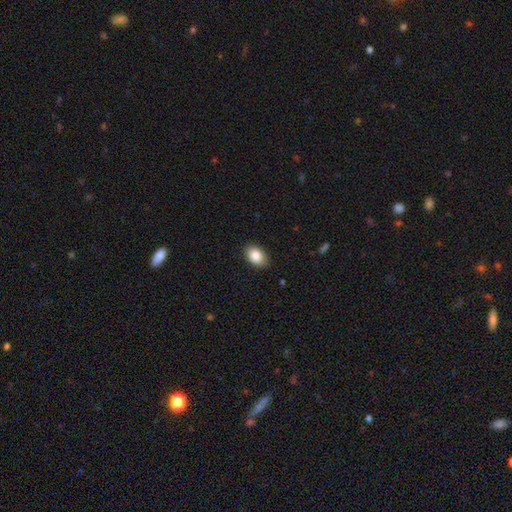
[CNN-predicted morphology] This is clearly a smooth galaxy (86%). How rounded: clearly in between (84%). Merging: clearly none (87%).